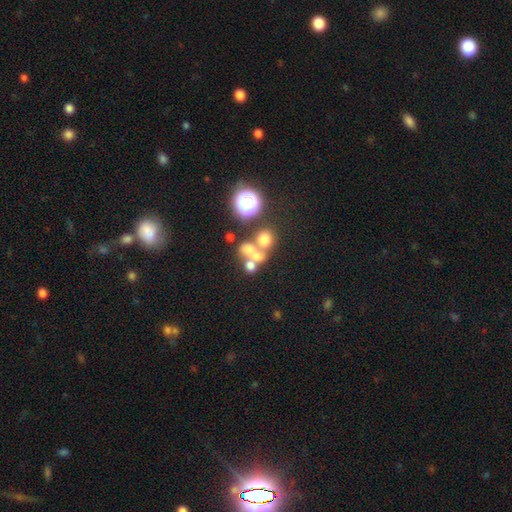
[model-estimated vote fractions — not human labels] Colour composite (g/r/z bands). It shows a smooth galaxy with no disk features (54%) that is round (65%). Merging: merger (50%).